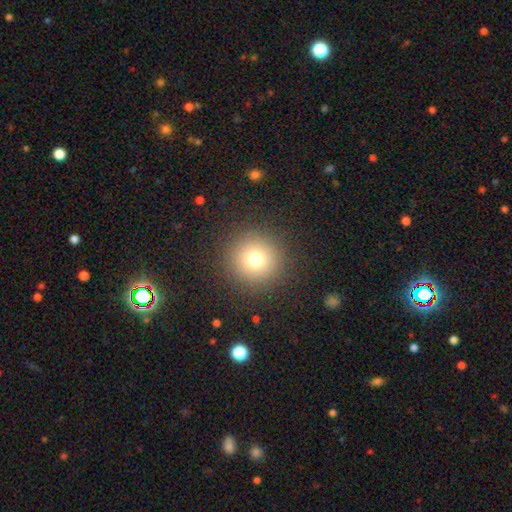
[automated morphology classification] A smooth galaxy with no disk features (66%) that is round (96%). Merging: none (92%).